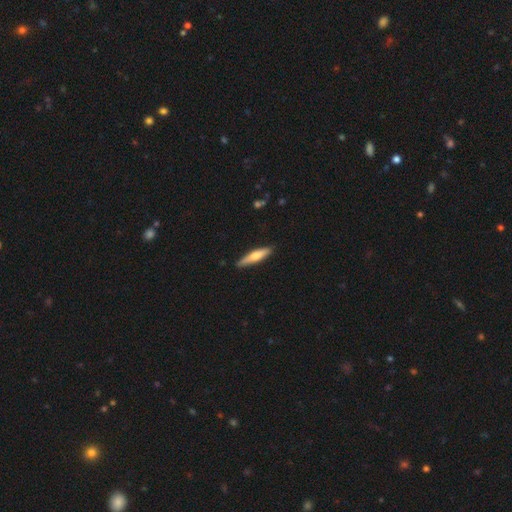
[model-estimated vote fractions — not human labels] Q: Smooth or featured?
A: smooth (59%); runner-up: featured or disk (36%)
Q: How rounded?
A: cigar-shaped (82%); runner-up: in between (16%)
Q: Merging?
A: none (88%); runner-up: minor disturbance (9%)